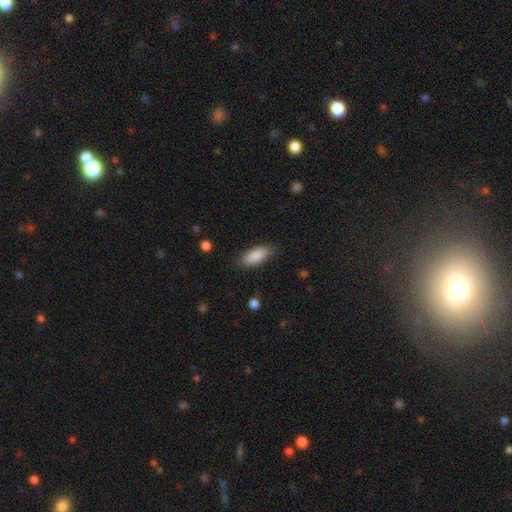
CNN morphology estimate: smooth-or-featured: smooth: 88% | star or artifact: 6% | featured or disk: 6%
  how-rounded: in between: 82% | cigar-shaped: 17% | round: 2%
  merging: none: 83% | minor disturbance: 12% | major disturbance: 3% | merger: 1%